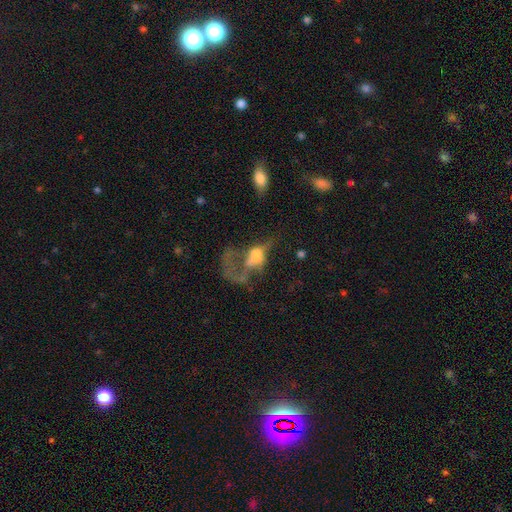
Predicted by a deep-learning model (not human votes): Smooth or featured? Predicted: featured or disk (p=0.49). Merging? Predicted: major disturbance (p=0.61).